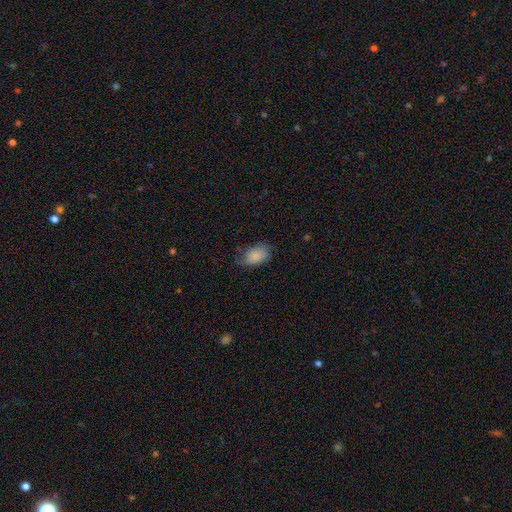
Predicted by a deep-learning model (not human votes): A smooth galaxy with no disk features (83%) that is in between round and cigar-shaped (90%).

Vote fractions:
- Smooth or featured? smooth: 83% / featured or disk: 10% / star or artifact: 7%
- How rounded? in between: 90% / round: 9% / cigar-shaped: 2%
- Merging? none: 56% / minor disturbance: 33% / major disturbance: 10% / merger: 1%